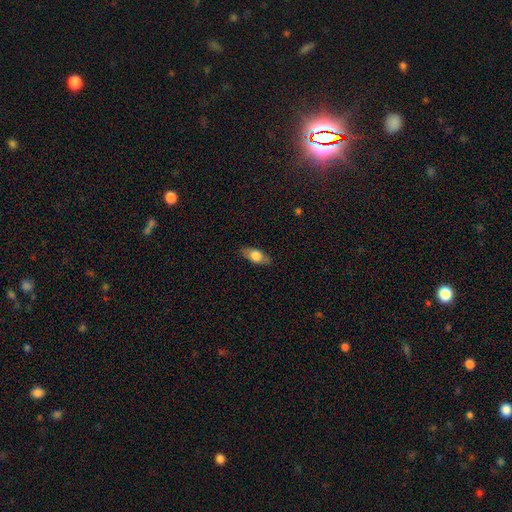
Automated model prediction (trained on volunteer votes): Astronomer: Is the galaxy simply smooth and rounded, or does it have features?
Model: smooth — 68%.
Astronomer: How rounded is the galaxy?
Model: in between — 83%.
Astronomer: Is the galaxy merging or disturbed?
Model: none — 85%.